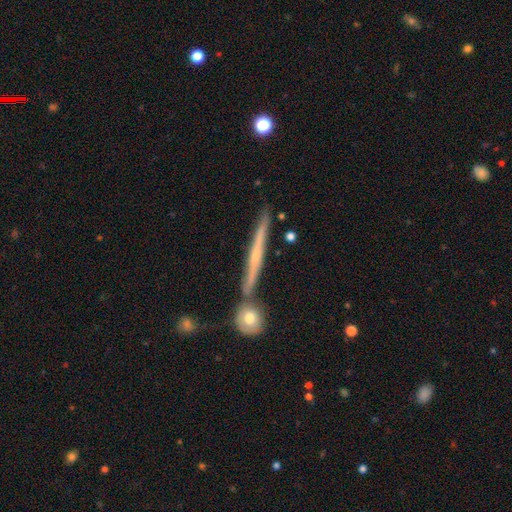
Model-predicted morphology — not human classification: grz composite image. It shows a featured or disk galaxy (67%) viewed edge-on (96%) with no central bulge (48%). Merging: none (78%).